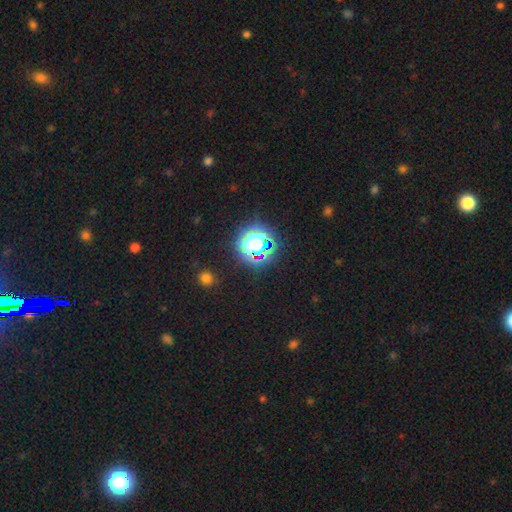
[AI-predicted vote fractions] Morphology: type=star or artifact (67%).